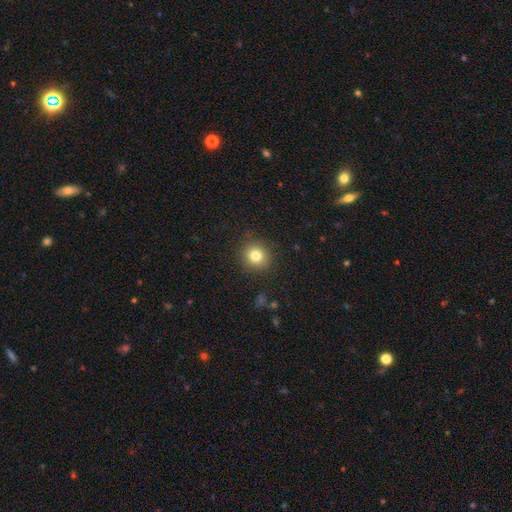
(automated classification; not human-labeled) Q: Smooth or featured?
A: smooth (81%); runner-up: star or artifact (12%)
Q: How rounded?
A: round (89%); runner-up: in between (10%)
Q: Merging?
A: none (89%); runner-up: minor disturbance (8%)